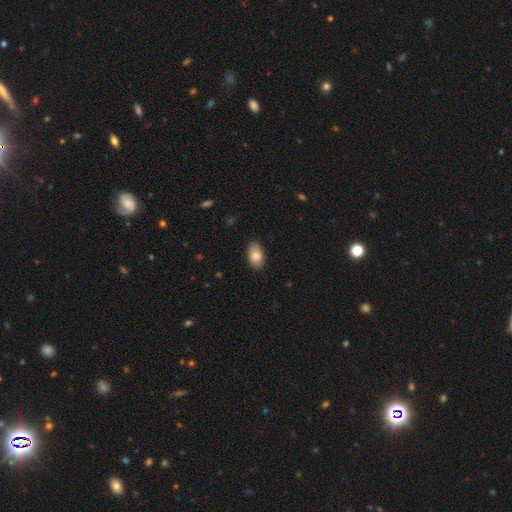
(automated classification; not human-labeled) Overall: smooth (83%). How rounded: in between (92%). Merging: none (85%).